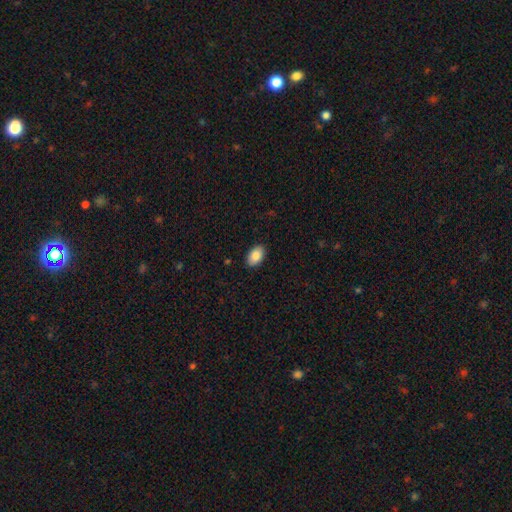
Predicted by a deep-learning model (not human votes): Smooth or featured: smooth — 86% (featured or disk — 7%)
How rounded: in between — 91% (round — 8%)
Merging: none — 90% (minor disturbance — 8%)